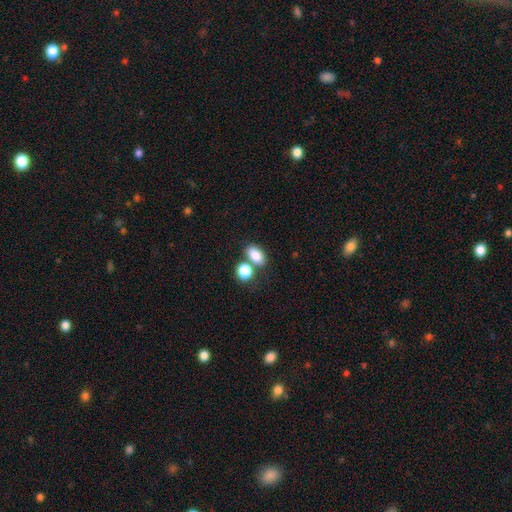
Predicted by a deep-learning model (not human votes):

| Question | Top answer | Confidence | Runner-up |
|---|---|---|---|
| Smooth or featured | smooth | 84% | star or artifact (9%) |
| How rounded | in between | 83% | round (16%) |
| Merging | none | 54% | merger (31%) |